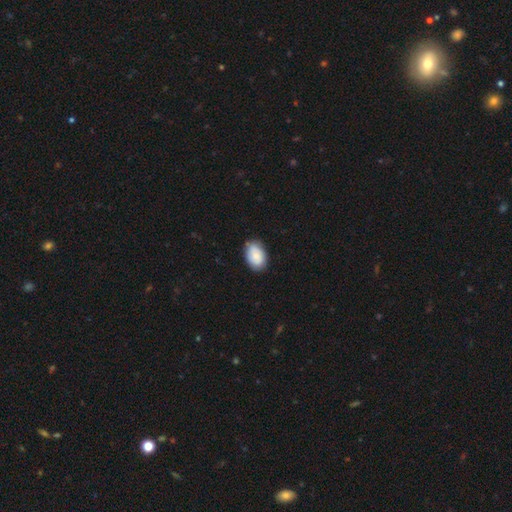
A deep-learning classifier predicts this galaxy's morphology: smooth_or_featured: smooth (p=0.81) [alt: featured or disk p=0.13]
how_rounded: in between (p=0.86) [alt: round p=0.12]
merging: none (p=0.79) [alt: minor disturbance p=0.17]